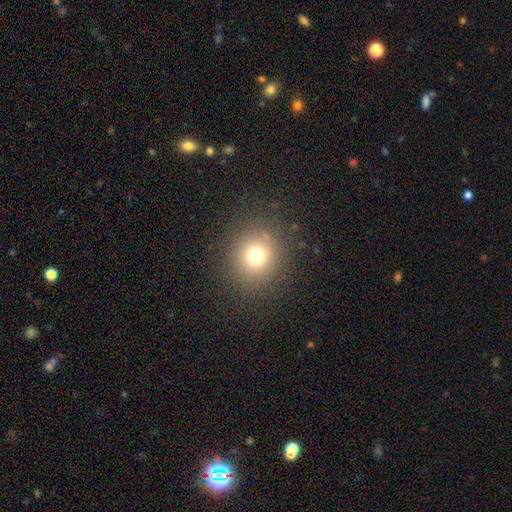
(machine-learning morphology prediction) The model was most divided on "smooth or featured": smooth: 72%, star or artifact: 18%, featured or disk: 10%. More confident: how rounded — round (86%); merging — none (86%).